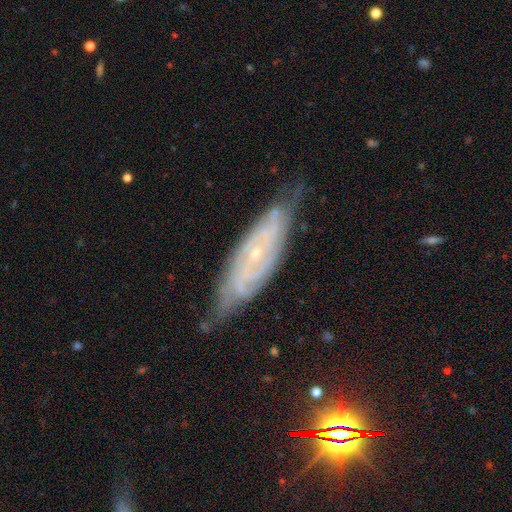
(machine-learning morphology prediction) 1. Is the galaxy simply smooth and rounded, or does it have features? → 79% featured or disk, 12% smooth, 9% star or artifact.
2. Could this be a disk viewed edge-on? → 80% no, 20% yes.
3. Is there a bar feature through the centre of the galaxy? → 72% no, 22% weak, 6% strong.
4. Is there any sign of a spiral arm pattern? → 91% yes, 9% no.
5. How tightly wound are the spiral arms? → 69% tight, 25% medium, 6% loose.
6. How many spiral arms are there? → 49% can't tell, 27% 2, 10% 3, 6% 4, 4% more than 4, 4% 1.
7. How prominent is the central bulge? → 82% small, 14% moderate, 2% none, 1% large, 1% dominant.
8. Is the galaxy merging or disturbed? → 68% none, 24% minor disturbance, 6% major disturbance, 2% merger.